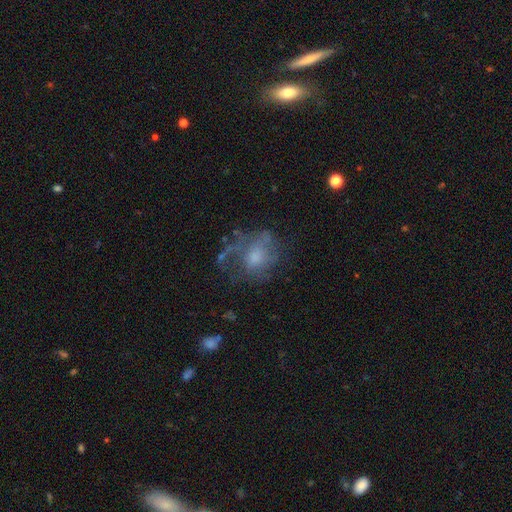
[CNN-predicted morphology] Q: Smooth or featured?
A: featured or disk (48%); runner-up: smooth (40%)
Q: Merging?
A: none (43%); runner-up: major disturbance (31%)